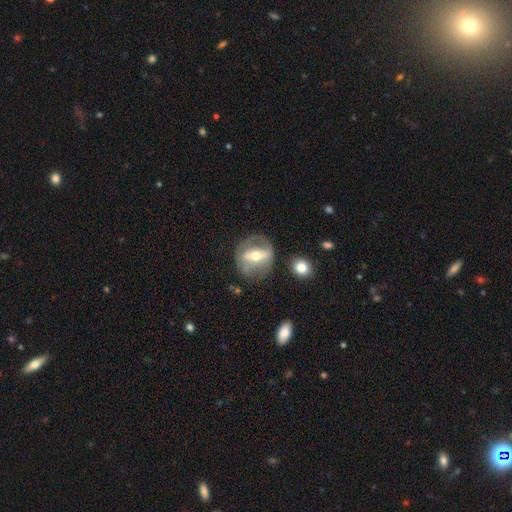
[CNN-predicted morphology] This appears to be a featured or disk galaxy (65%) with a strong bar (61%), no spiral arms (66%) and a moderate central bulge (68%). Merging: none (70%).